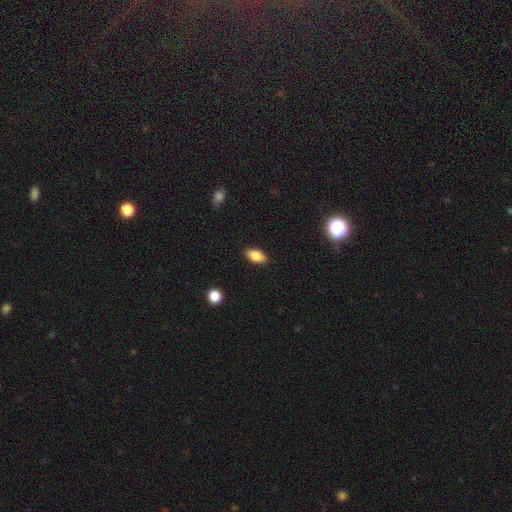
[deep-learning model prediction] smooth 82%, featured or disk 10%, star or artifact 8%. Down the decision tree: how rounded — in between (90%); merging — none (88%).